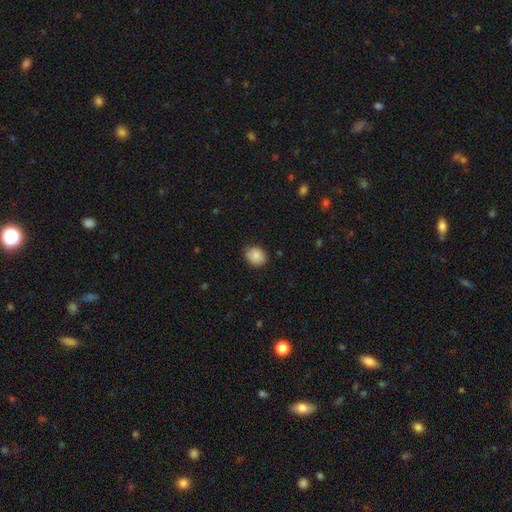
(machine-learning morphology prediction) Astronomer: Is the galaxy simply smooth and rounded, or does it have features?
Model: smooth — 84%.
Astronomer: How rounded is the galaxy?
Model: round — 58% (runner-up: in between, 41%).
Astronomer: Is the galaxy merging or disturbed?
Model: none — 78%.